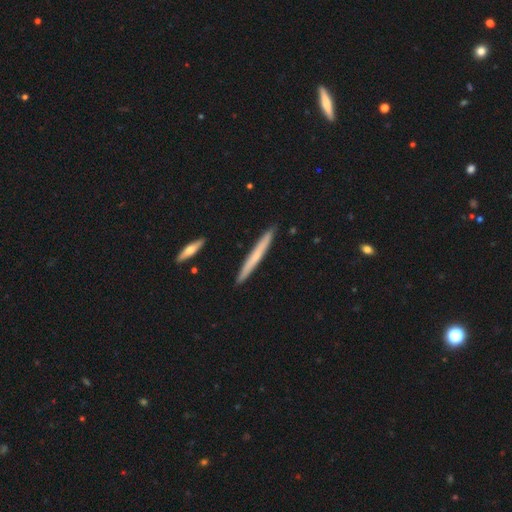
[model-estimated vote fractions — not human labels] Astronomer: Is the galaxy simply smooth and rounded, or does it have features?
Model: smooth — 55% (runner-up: featured or disk, 40%).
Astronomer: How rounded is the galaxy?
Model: cigar-shaped — 97%.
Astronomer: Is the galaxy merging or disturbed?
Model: none — 91%.